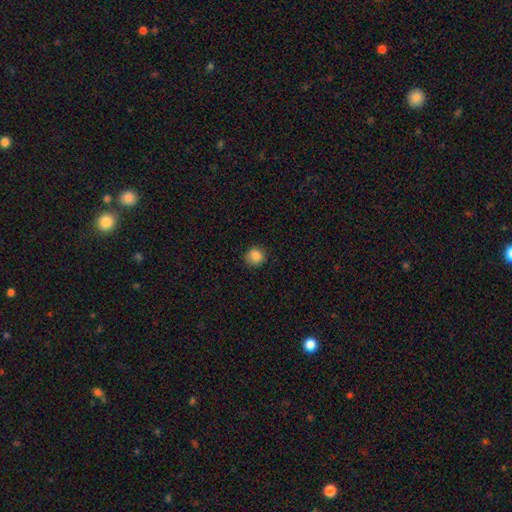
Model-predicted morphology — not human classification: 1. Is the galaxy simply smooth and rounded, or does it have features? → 85% smooth, 10% star or artifact, 5% featured or disk.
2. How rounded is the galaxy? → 89% round, 10% in between, 1% cigar-shaped.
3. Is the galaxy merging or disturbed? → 86% none, 10% minor disturbance, 2% major disturbance, 1% merger.